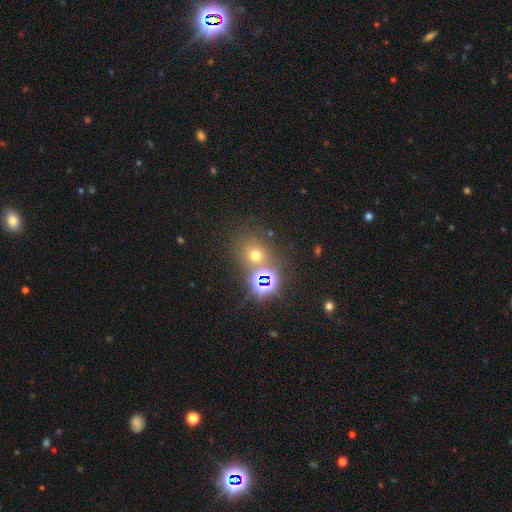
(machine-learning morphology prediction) Overall: smooth (51%; star or artifact 40%). How rounded: round (78%). Merging: none (68%).